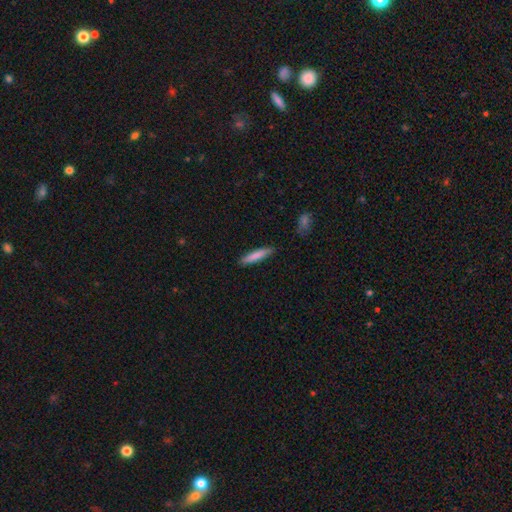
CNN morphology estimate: A smooth galaxy with no disk features (82%) that is cigar-shaped (88%). Merging: none (86%).